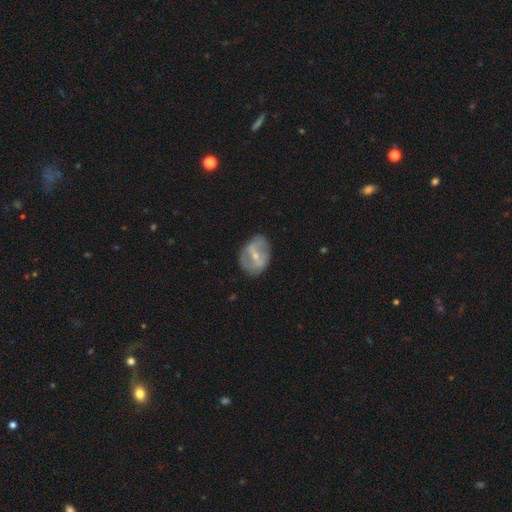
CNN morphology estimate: Smooth or featured? featured or disk (69%)
Edge-on disk? no (93%)
Bar? strong (55%)
Spiral arms? no (55%)
Bulge size? small (58%)
Merging? none (74%)